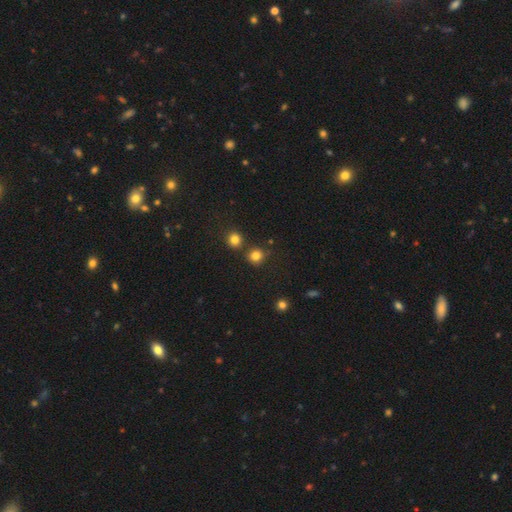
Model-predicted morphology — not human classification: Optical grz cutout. It shows a smooth galaxy with no disk features (79%) that is round (89%). Merging: none (76%).